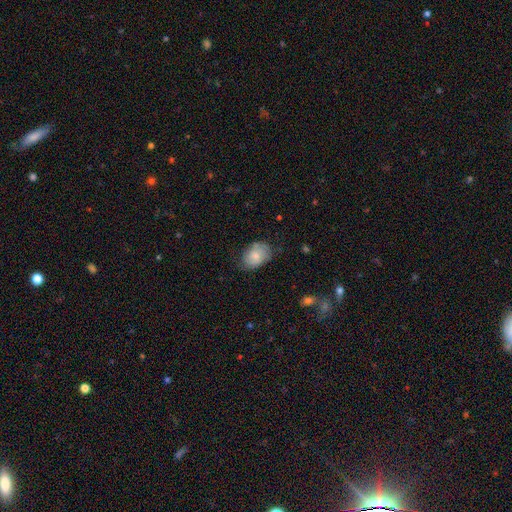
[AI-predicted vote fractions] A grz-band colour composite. It shows a smooth galaxy with no disk features (72%) that is in between round and cigar-shaped (78%). Merging: none (63%).